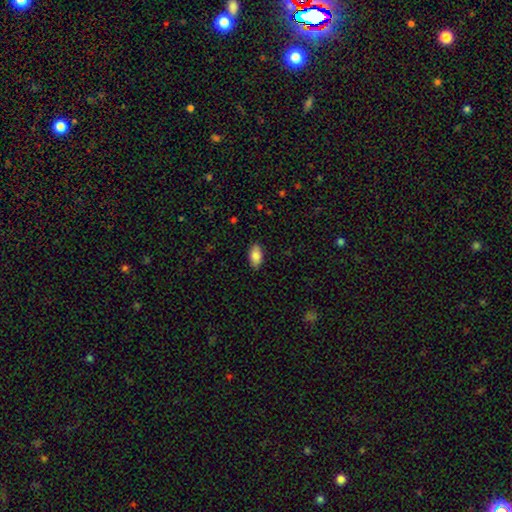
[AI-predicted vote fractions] This appears to be a smooth galaxy with no disk features (86%) that is in between round and cigar-shaped (93%). Merging: none (87%).